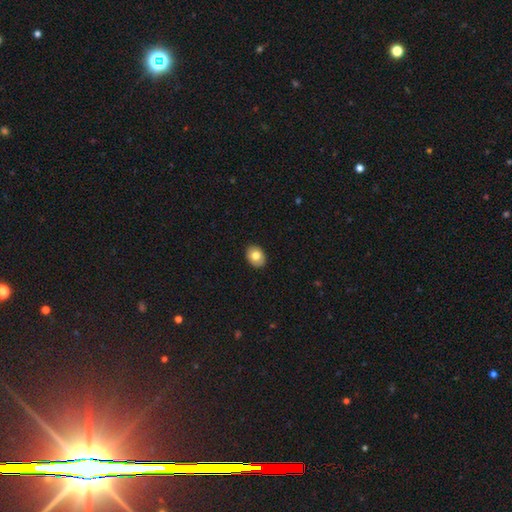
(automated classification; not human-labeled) This is likely a smooth galaxy (77%). How rounded: likely in between (64%). Merging: clearly none (90%).